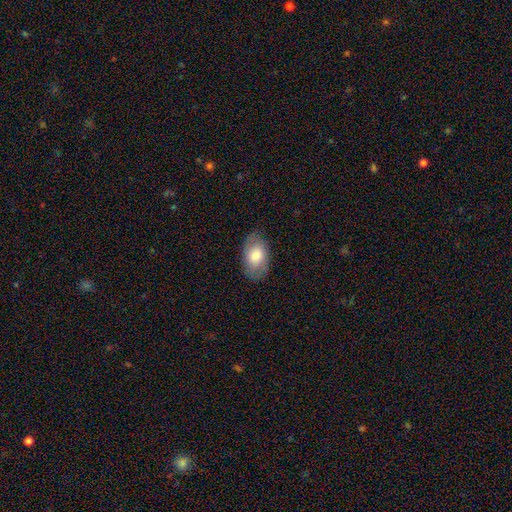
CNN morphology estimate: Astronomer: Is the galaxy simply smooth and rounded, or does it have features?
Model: smooth — 72%.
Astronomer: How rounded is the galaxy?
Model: in between — 89%.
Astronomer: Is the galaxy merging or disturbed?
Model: none — 79%.